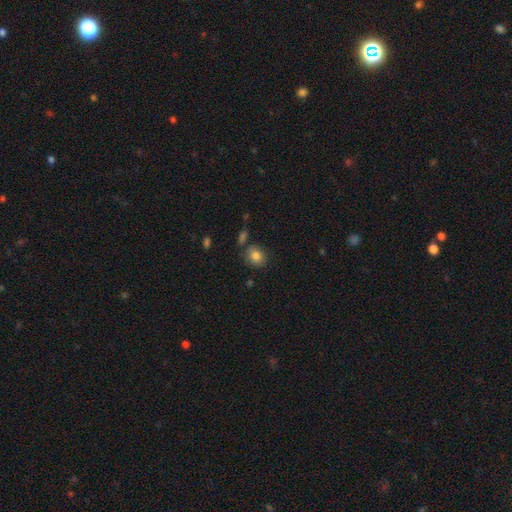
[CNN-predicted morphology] Smooth or featured? smooth (83%)
How rounded? round (63%)
Merging? none (78%)